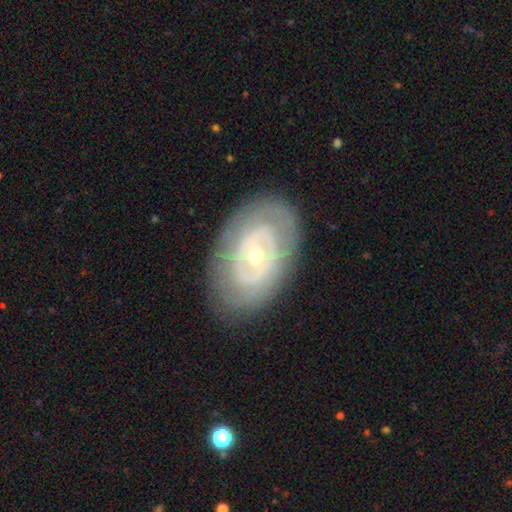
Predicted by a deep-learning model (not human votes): Overall: featured or disk (74%). Edge-on disk: no (94%). Bar: no (77%). Spiral arms: no (59%; yes 41%). Bulge size: small (56%; moderate 40%). Merging: none (81%).